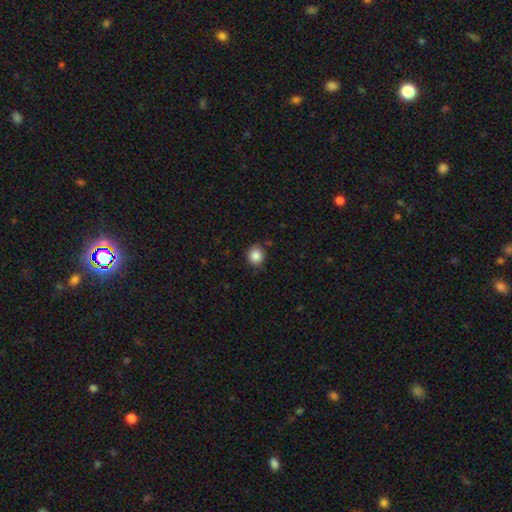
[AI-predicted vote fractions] Morphology: type=smooth (86%); roundness=round (83%); merging=none (85%).